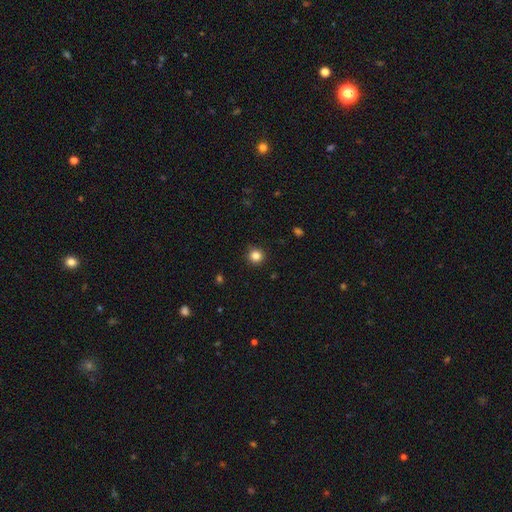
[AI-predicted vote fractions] This appears to be a smooth galaxy with no disk features (84%) that is round (94%). Merging: none (91%).